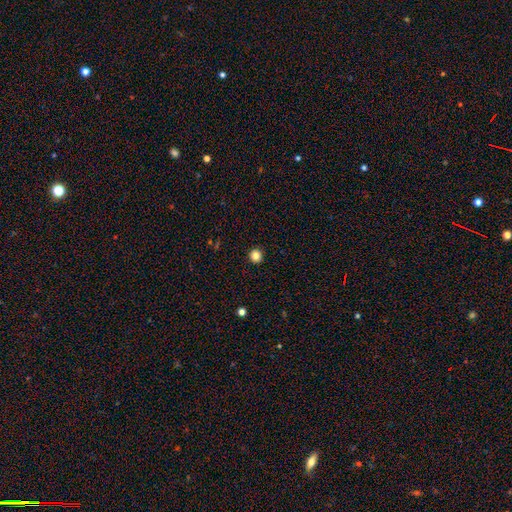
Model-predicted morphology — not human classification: Smooth or featured?
  - smooth: 83% *
  - star or artifact: 12%
  - featured or disk: 5%
How rounded?
  - round: 94% *
  - in between: 5%
  - cigar-shaped: 1%
Merging?
  - none: 93% *
  - minor disturbance: 4%
  - major disturbance: 1%
  - merger: 1%